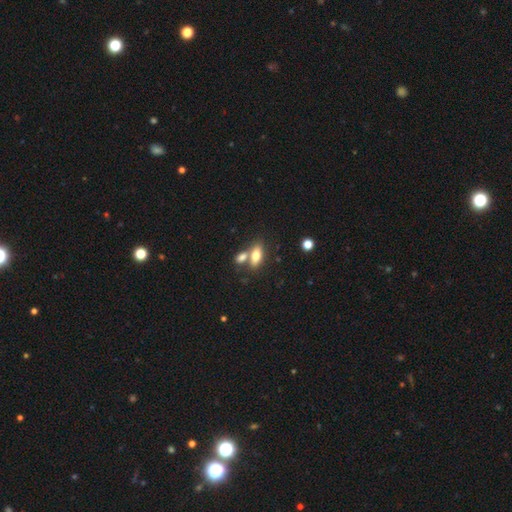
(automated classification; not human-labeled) A smooth galaxy with no disk features (73%) that is in between round and cigar-shaped (79%).

Vote fractions:
- Smooth or featured? smooth: 73% / featured or disk: 20% / star or artifact: 7%
- How rounded? in between: 79% / cigar-shaped: 16% / round: 5%
- Merging? none: 49% / merger: 37% / minor disturbance: 10% / major disturbance: 4%